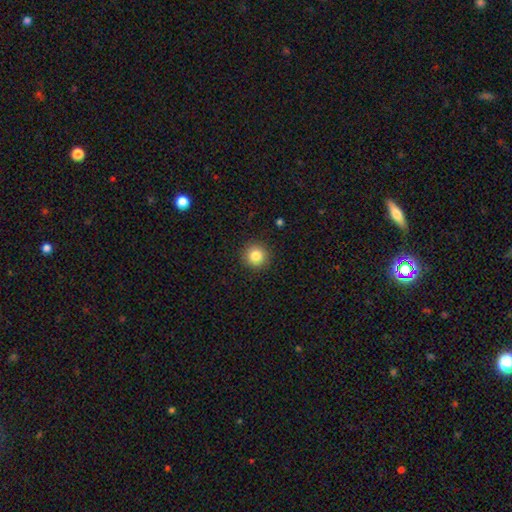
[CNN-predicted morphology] Smooth or featured? smooth (84%)
How rounded? round (95%)
Merging? none (92%)